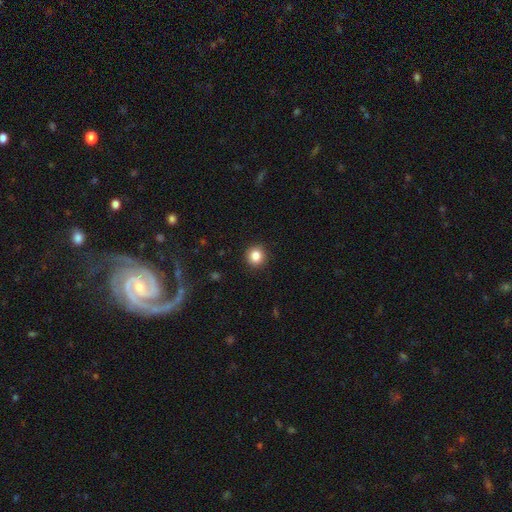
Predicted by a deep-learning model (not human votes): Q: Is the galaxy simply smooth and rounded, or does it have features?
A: smooth — 85%.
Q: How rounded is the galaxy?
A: round — 92%.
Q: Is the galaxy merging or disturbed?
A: none — 92%.